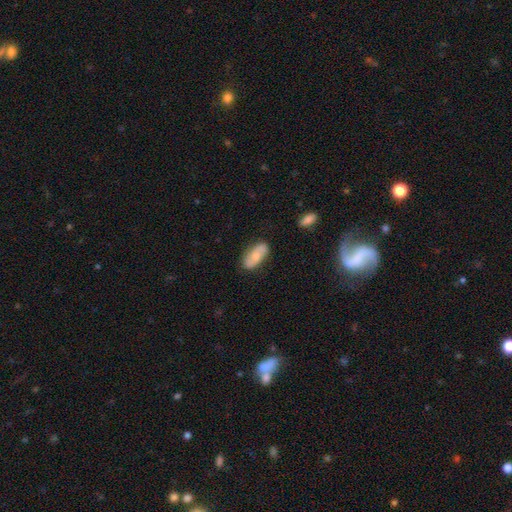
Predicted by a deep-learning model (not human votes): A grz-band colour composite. It shows a smooth galaxy with no disk features (52%) that is in between round and cigar-shaped (88%). Merging: none (81%).